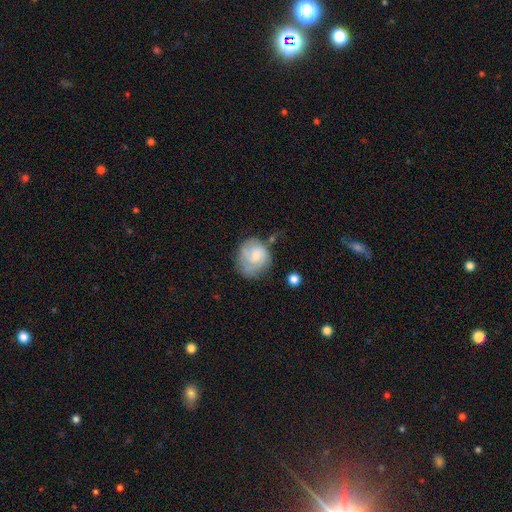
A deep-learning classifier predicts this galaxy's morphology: Smooth or featured?
  - featured or disk: 61% *
  - smooth: 32%
  - star or artifact: 7%
Edge-on disk?
  - no: 98% *
  - yes: 2%
Bar?
  - no: 65% *
  - weak: 31%
  - strong: 3%
Spiral arms?
  - yes: 87% *
  - no: 13%
Spiral winding?
  - tight: 53% *
  - medium: 35%
  - loose: 12%
Spiral arm count?
  - 2: 36% *
  - can't tell: 31%
  - 3: 19%
  - 1: 8%
  - 4: 4%
  - more than 4: 3%
Bulge size?
  - small: 52% *
  - moderate: 38%
  - none: 6%
  - large: 3%
  - dominant: 1%
Merging?
  - none: 56% *
  - minor disturbance: 25%
  - major disturbance: 13%
  - merger: 6%